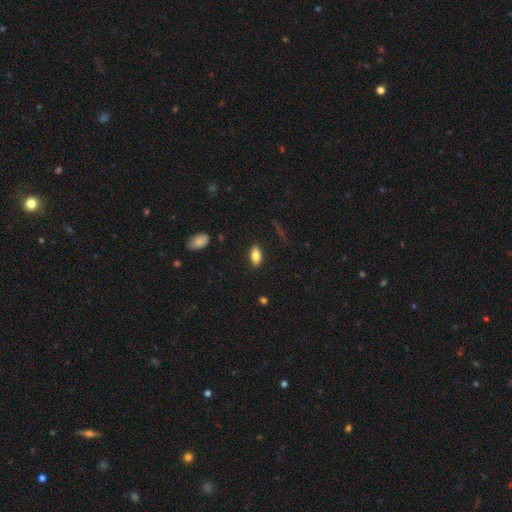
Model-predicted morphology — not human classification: Smooth or featured? Predicted: smooth (p=0.81). How rounded? Predicted: in between (p=0.89). Merging? Predicted: none (p=0.87).